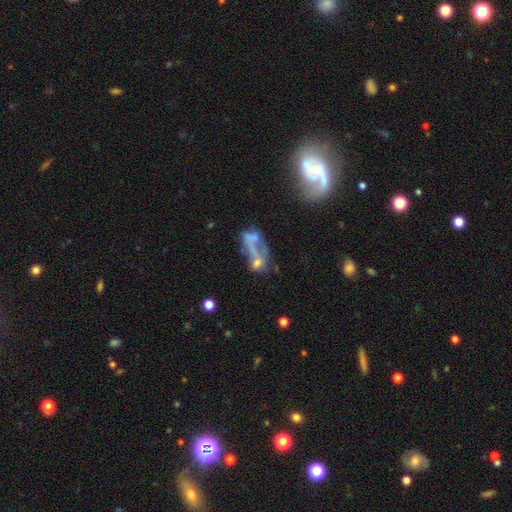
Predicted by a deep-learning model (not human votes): A featured or disk galaxy (54%) with no bar (83%), no spiral arms (79%) and no central bulge (63%).

Vote fractions:
- Smooth or featured? featured or disk: 54% / smooth: 29% / star or artifact: 17%
- Edge-on disk? no: 94% / yes: 6%
- Bar? no: 83% / weak: 12% / strong: 6%
- Spiral arms? no: 79% / yes: 21%
- Bulge size? none: 63% / small: 19% / moderate: 13% / large: 3% / dominant: 2%
- Merging? merger: 32% / major disturbance: 29% / none: 25% / minor disturbance: 14%